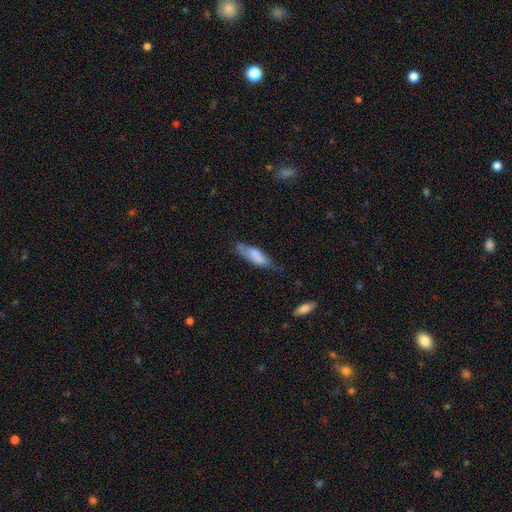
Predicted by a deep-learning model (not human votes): Morphology: type=smooth (71%); roundness=in between (49%, tied with cigar-shaped); merging=none (46%).